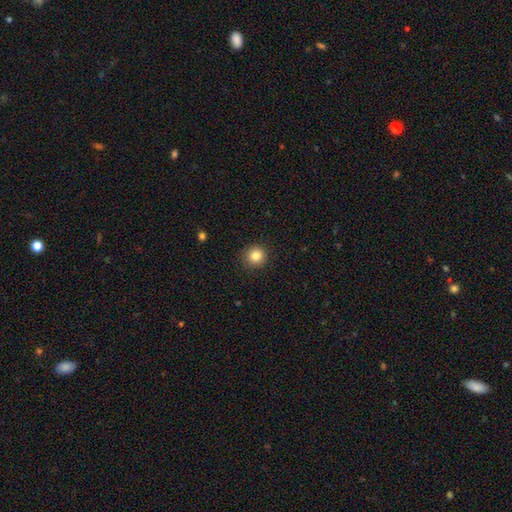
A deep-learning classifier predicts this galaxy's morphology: The model was most divided on "smooth or featured": smooth: 84%, star or artifact: 11%, featured or disk: 6%. More confident: how rounded — round (92%); merging — none (90%).